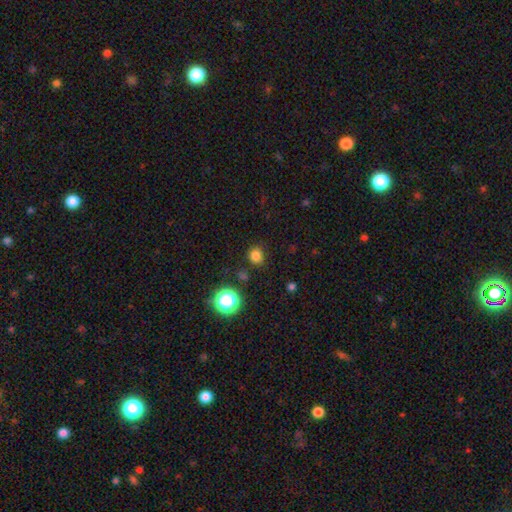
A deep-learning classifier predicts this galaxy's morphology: Smooth or featured?
  - smooth: 79% *
  - star or artifact: 17%
  - featured or disk: 4%
How rounded?
  - round: 86% *
  - in between: 13%
  - cigar-shaped: 1%
Merging?
  - none: 84% *
  - minor disturbance: 10%
  - major disturbance: 3%
  - merger: 3%